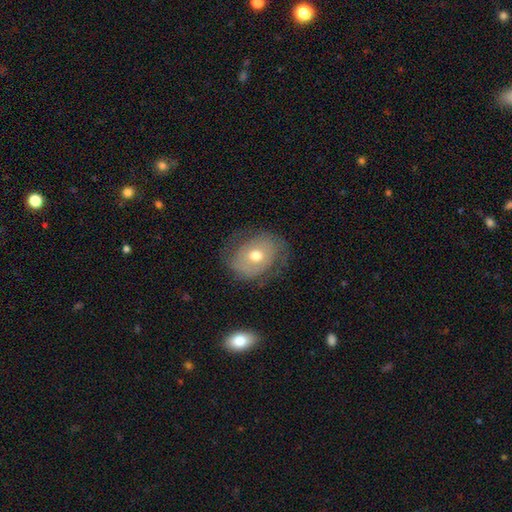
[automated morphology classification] This is possibly a featured or disk galaxy (55%). It is clearly not viewed edge-on (95%). Bar: likely no (75%). Spiral arm pattern: likely yes (65%). Central bulge: likely moderate (74%). Merging: likely none (67%).